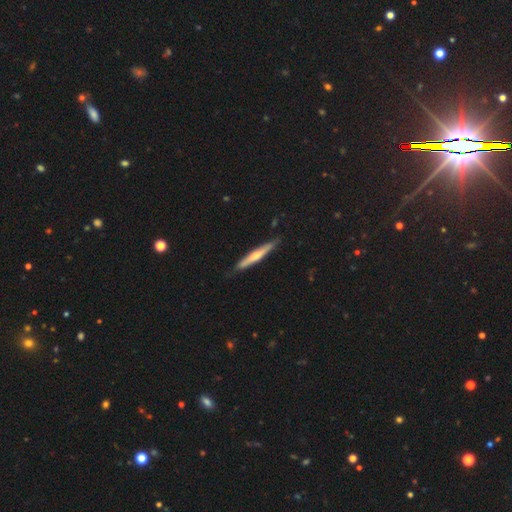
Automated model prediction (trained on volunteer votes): featured or disk 55%, smooth 40%, star or artifact 5%. Down the decision tree: edge-on disk — yes (95%); edge-on bulge — rounded (74%); merging — none (84%).